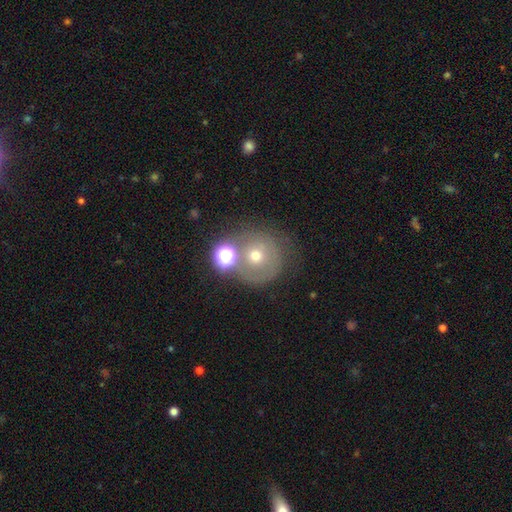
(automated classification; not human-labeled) Q: Smooth or featured?
A: smooth (49%); runner-up: featured or disk (32%)
Q: Merging?
A: none (52%); runner-up: merger (22%)